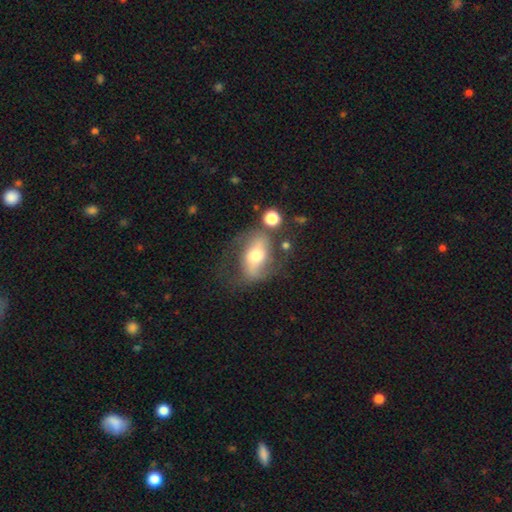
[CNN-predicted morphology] Smooth or featured? Predicted: featured or disk (p=0.63). Edge-on disk? Predicted: no (p=0.89). Bar? Predicted: strong (p=0.41). Spiral arms? Predicted: yes (p=0.75). Bulge size? Predicted: moderate (p=0.64). Merging? Predicted: none (p=0.55).